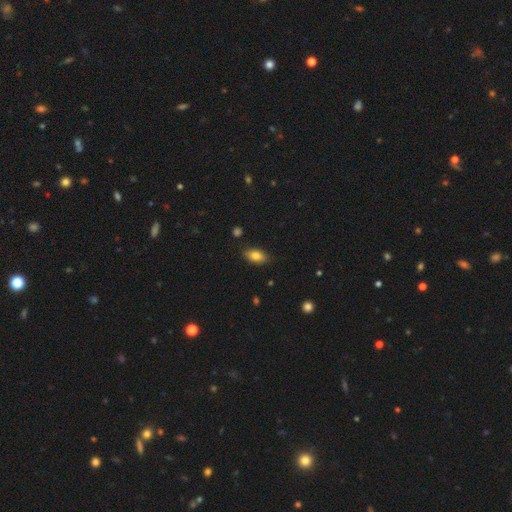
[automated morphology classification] Smooth or featured?
  - smooth: 83% *
  - featured or disk: 9%
  - star or artifact: 8%
How rounded?
  - in between: 91% *
  - round: 6%
  - cigar-shaped: 3%
Merging?
  - none: 83% *
  - minor disturbance: 13%
  - major disturbance: 2%
  - merger: 1%